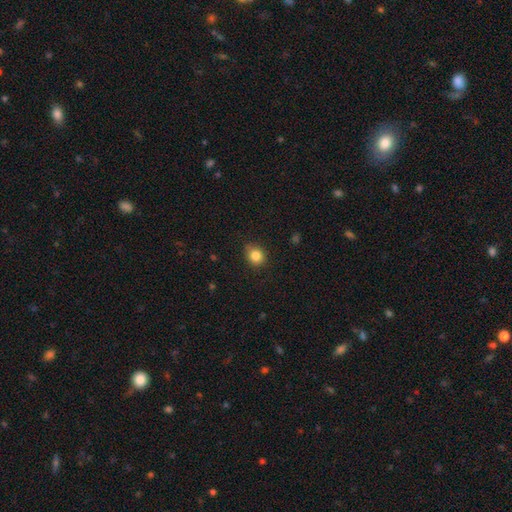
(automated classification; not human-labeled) smooth 85%, star or artifact 10%, featured or disk 5%. Down the decision tree: how rounded — round (78%); merging — none (80%).